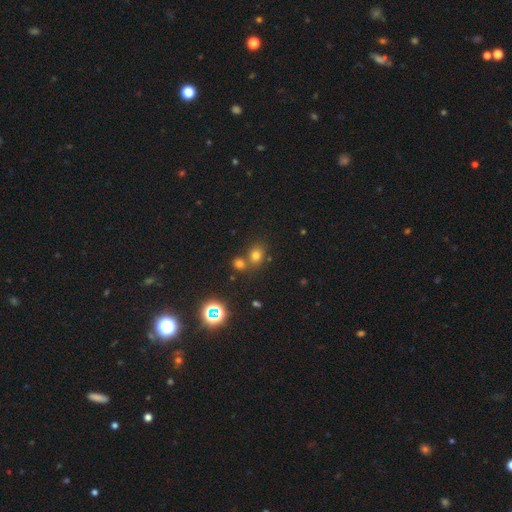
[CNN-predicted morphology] smooth-or-featured: smooth: 70% | star or artifact: 22% | featured or disk: 8%
  how-rounded: round: 64% | in between: 35% | cigar-shaped: 1%
  merging: none: 57% | merger: 31% | minor disturbance: 9% | major disturbance: 3%